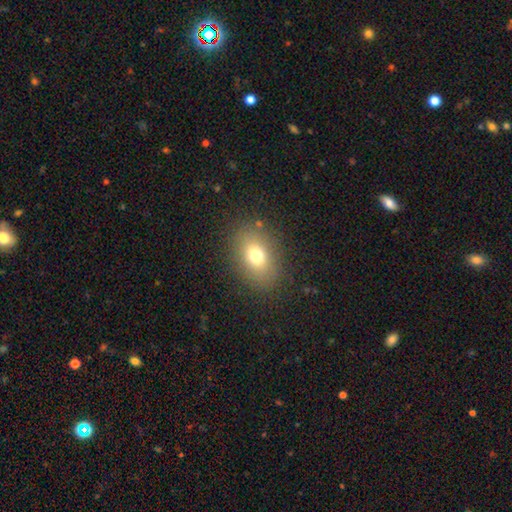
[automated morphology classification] This appears to be a smooth galaxy with no disk features (74%) that is in between round and cigar-shaped (75%). Merging: none (84%).